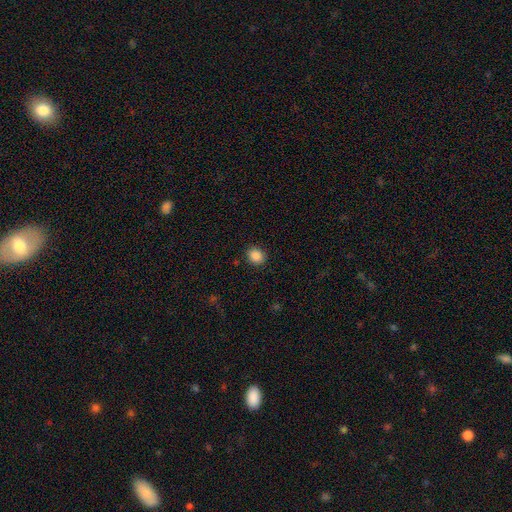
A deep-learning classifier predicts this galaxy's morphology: A smooth galaxy with no disk features (88%) that is round (65%).

Vote fractions:
- Smooth or featured? smooth: 88% / star or artifact: 9% / featured or disk: 3%
- How rounded? round: 65% / in between: 34% / cigar-shaped: 1%
- Merging? none: 90% / minor disturbance: 7% / major disturbance: 2% / merger: 1%